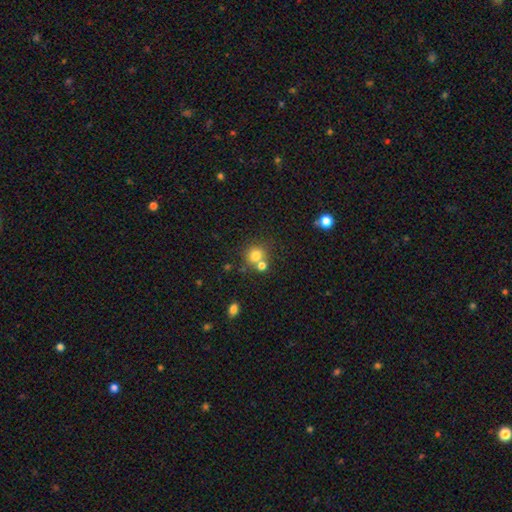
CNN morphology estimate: Overall: smooth (77%). How rounded: round (84%). Merging: none (55%; merger 33%).